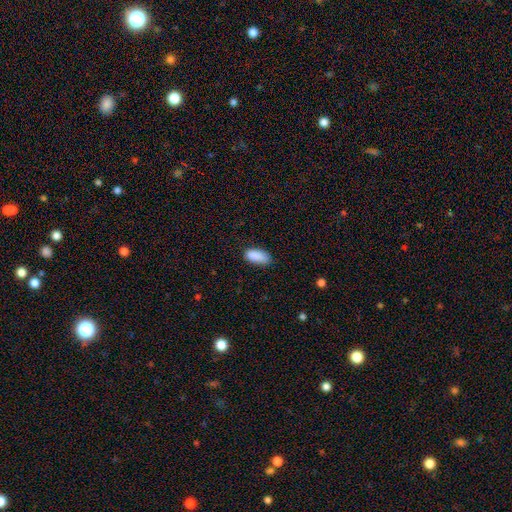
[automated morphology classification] smooth_or_featured: smooth (p=0.88) [alt: star or artifact p=0.08]
how_rounded: in between (p=0.90) [alt: cigar-shaped p=0.08]
merging: none (p=0.70) [alt: minor disturbance p=0.24]